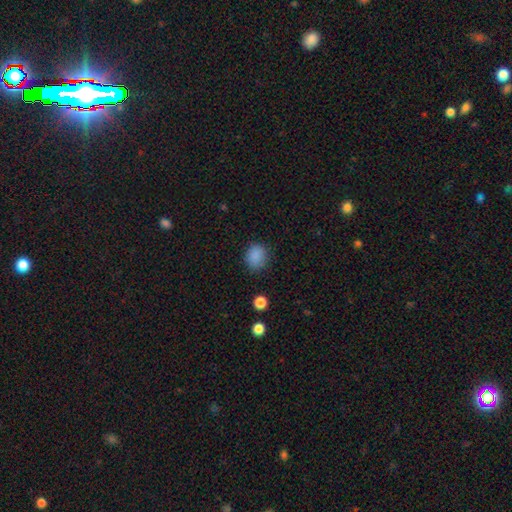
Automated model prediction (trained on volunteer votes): Smooth or featured: smooth — 86% (star or artifact — 11%)
How rounded: round — 69% (in between — 30%)
Merging: none — 84% (minor disturbance — 11%)